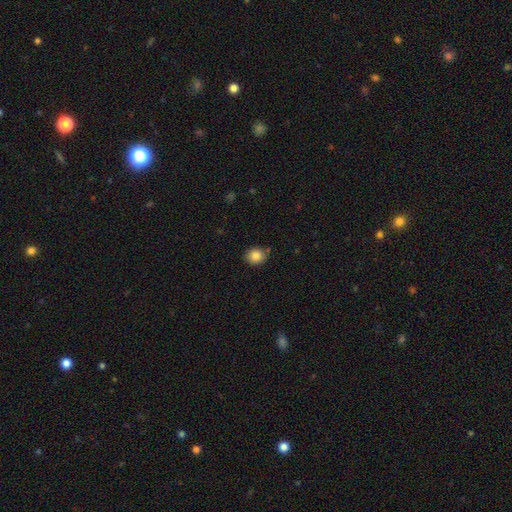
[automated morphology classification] type=smooth (85%); roundness=round (72%); merging=none (82%).